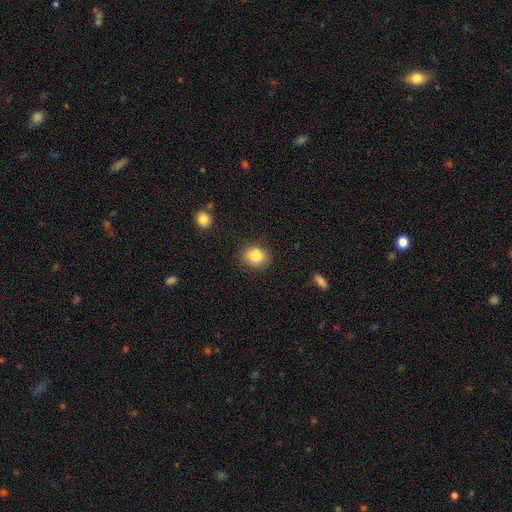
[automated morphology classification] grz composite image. It shows a smooth galaxy with no disk features (85%) that is round (60%). Merging: none (79%).